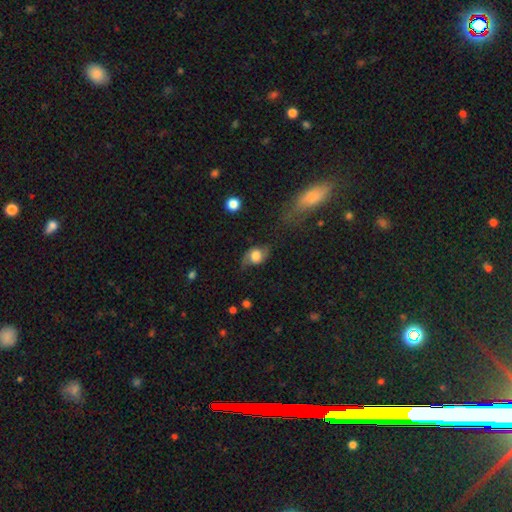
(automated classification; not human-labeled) featured or disk 47%, smooth 45%, star or artifact 8%. Down the decision tree: merging — none (59%).